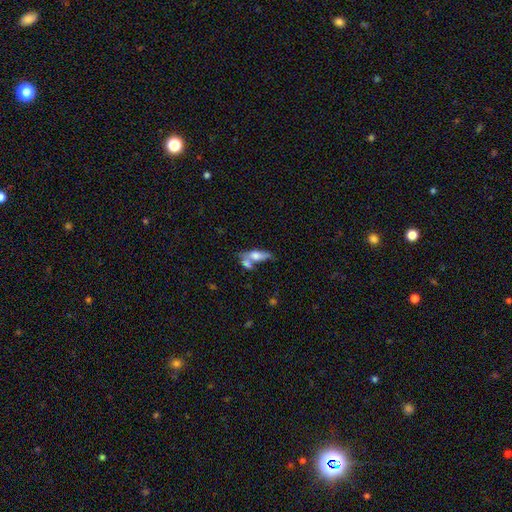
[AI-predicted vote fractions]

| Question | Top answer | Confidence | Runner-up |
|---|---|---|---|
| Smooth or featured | smooth | 65% | featured or disk (27%) |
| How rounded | in between | 71% | cigar-shaped (25%) |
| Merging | merger | 52% | none (30%) |